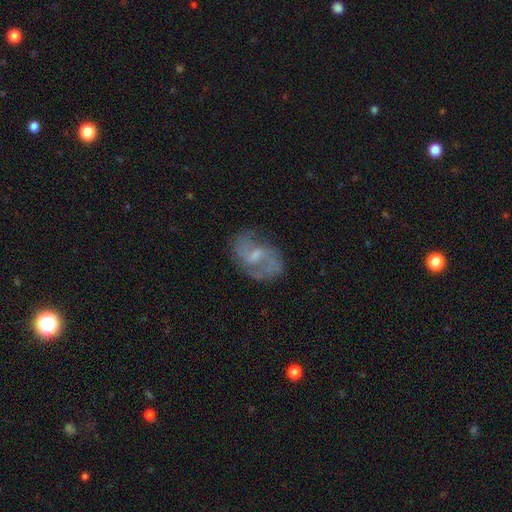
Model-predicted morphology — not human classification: Overall: featured or disk (79%). Edge-on disk: no (97%). Bar: weak (57%; no 31%). Spiral arms: yes (92%). Spiral arm count: 2 (83%). Spiral winding: medium (50%; loose 35%). Bulge size: small (44%; moderate 34%). Merging: none (69%).